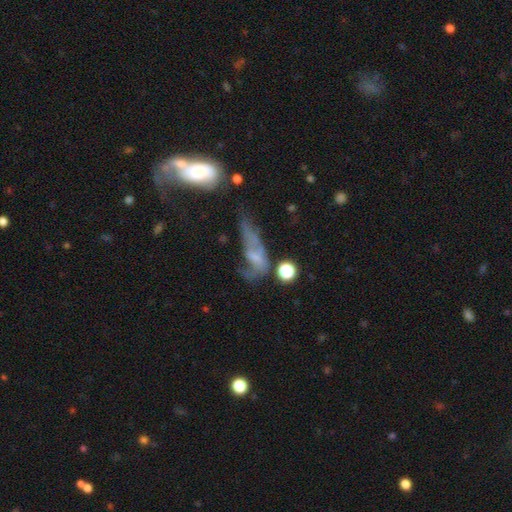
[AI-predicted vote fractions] Smooth or featured?
  - featured or disk: 43% *
  - smooth: 40%
  - star or artifact: 17%
Merging?
  - major disturbance: 43% *
  - none: 23%
  - minor disturbance: 20%
  - merger: 14%